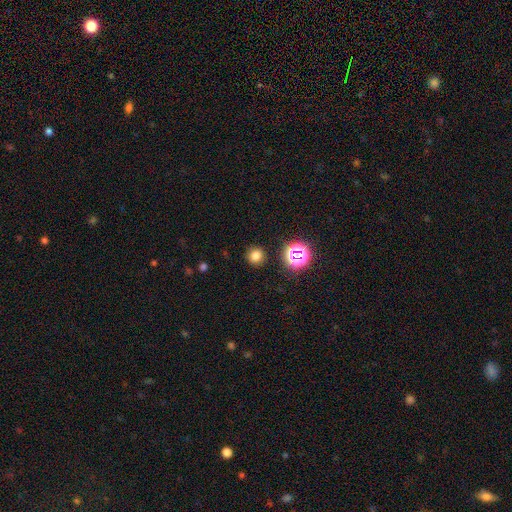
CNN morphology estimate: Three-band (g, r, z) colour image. It shows a smooth galaxy with no disk features (74%) that is round (89%). Merging: none (89%).